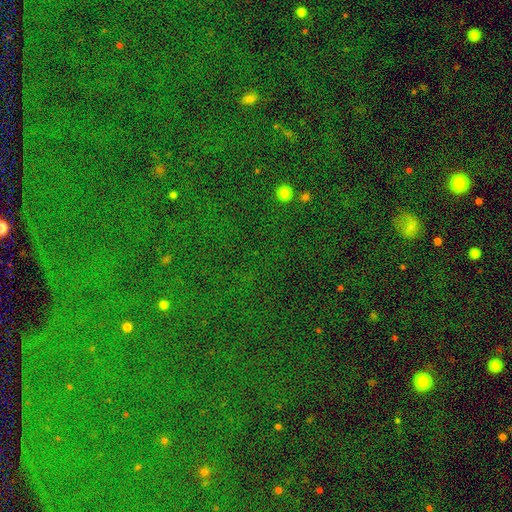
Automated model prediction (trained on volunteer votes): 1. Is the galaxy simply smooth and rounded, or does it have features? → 82% star or artifact, 11% smooth, 7% featured or disk.